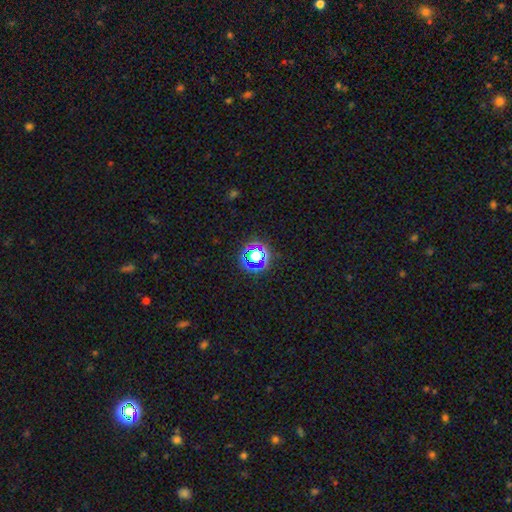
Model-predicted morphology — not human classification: type=star or artifact (61%).